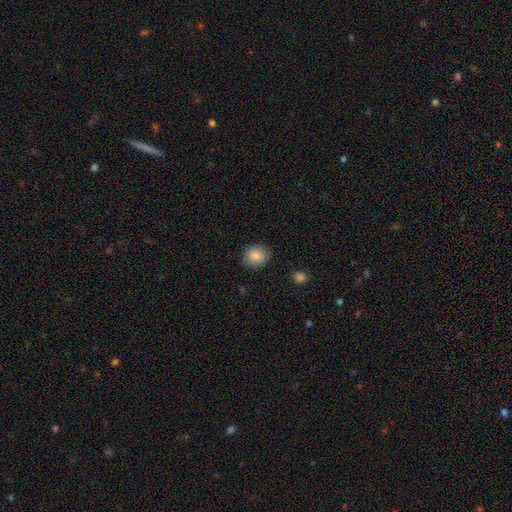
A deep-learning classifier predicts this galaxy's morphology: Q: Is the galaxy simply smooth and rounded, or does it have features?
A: smooth — 85%.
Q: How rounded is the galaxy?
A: round — 76%.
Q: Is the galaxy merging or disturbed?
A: none — 85%.